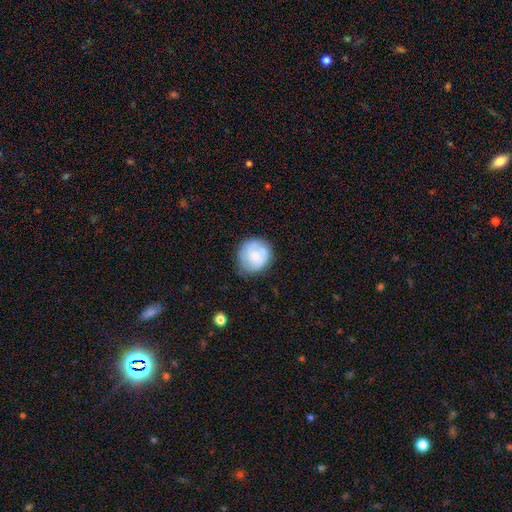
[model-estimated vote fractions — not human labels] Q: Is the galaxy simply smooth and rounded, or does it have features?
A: smooth — 53%.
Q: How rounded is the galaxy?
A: round — 86%.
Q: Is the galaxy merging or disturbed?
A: none — 69%.